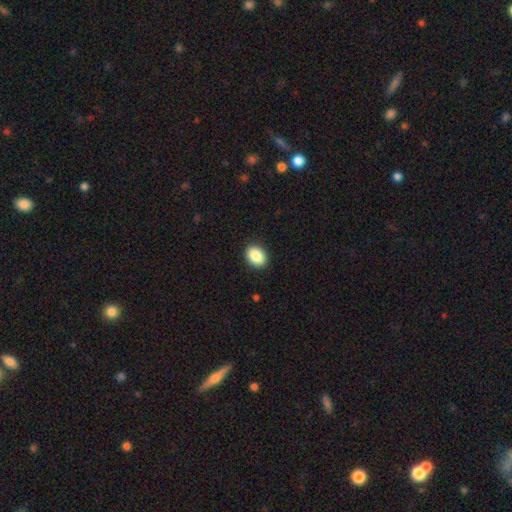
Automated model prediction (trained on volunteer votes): Smooth or featured? smooth (88%)
How rounded? in between (60%)
Merging? none (90%)